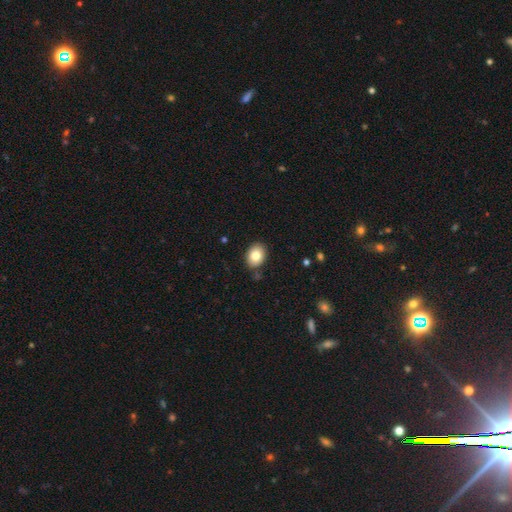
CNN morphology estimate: Smooth or featured? smooth (83%)
How rounded? in between (65%)
Merging? none (85%)